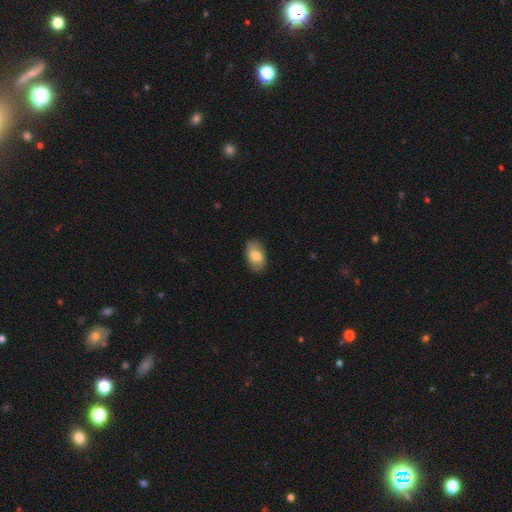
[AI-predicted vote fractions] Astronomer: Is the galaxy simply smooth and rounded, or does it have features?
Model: smooth — 61%.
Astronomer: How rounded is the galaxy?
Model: in between — 88%.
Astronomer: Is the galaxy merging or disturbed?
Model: none — 83%.